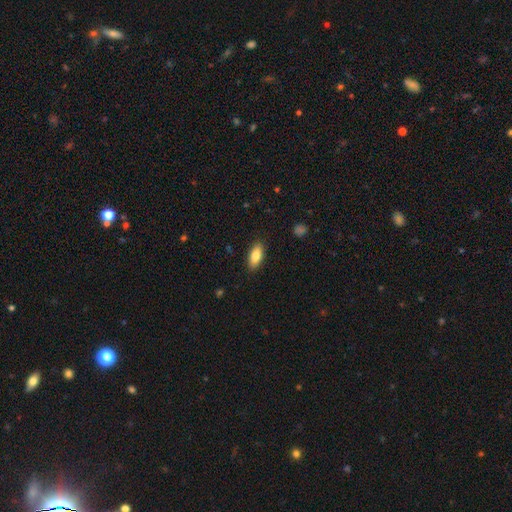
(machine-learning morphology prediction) Smooth or featured? Predicted: smooth (p=0.82). How rounded? Predicted: in between (p=0.85). Merging? Predicted: none (p=0.88).